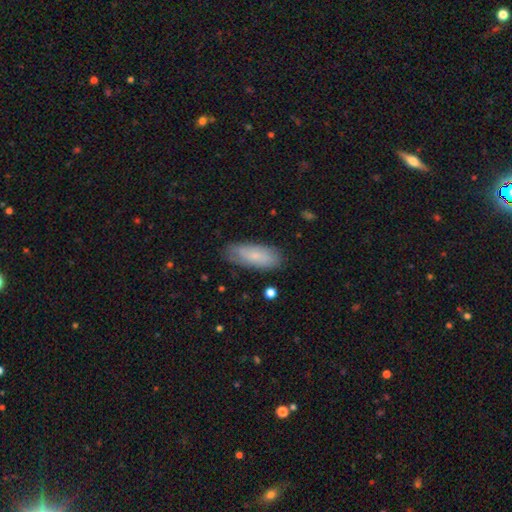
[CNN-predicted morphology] smooth 70%, featured or disk 23%, star or artifact 6%. Down the decision tree: how rounded — in between (77%); merging — none (78%).